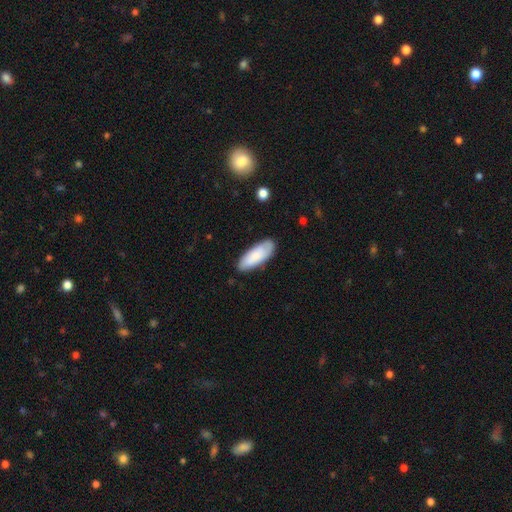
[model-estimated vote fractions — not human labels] Smooth or featured? smooth (81%)
How rounded? in between (75%)
Merging? none (82%)